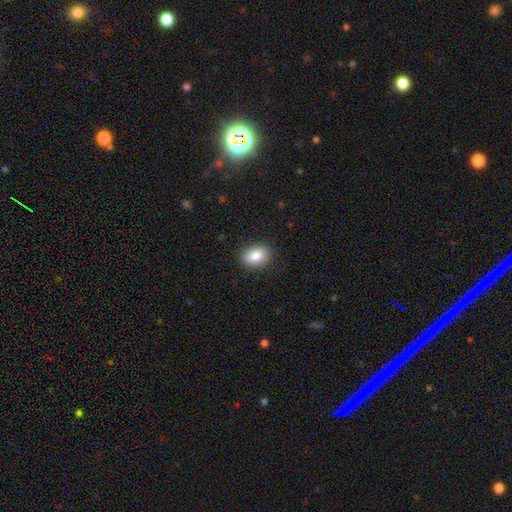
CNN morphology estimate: smooth_or_featured: smooth (p=0.85) [alt: star or artifact p=0.08]
how_rounded: in between (p=0.82) [alt: round p=0.17]
merging: none (p=0.88) [alt: minor disturbance p=0.08]